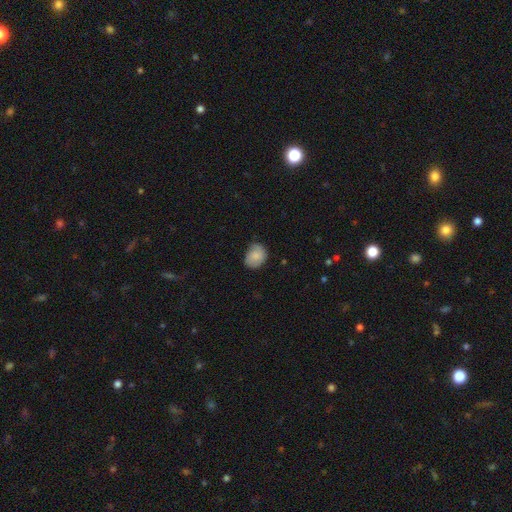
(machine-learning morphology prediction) A smooth galaxy with no disk features (79%) that is in between round and cigar-shaped (51%). Merging: none (65%).